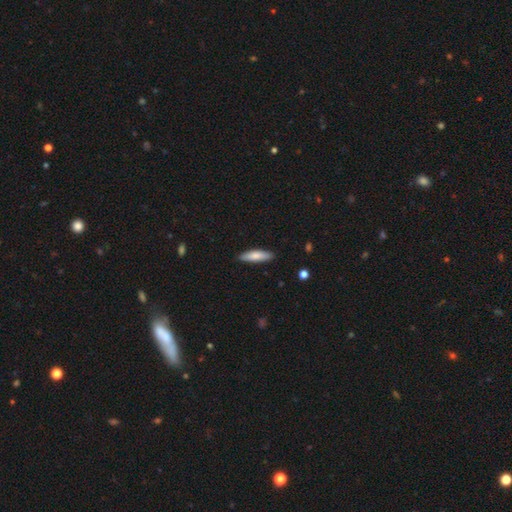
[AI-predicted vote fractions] A smooth galaxy with no disk features (78%) that is cigar-shaped (68%).

Vote fractions:
- Smooth or featured? smooth: 78% / featured or disk: 17% / star or artifact: 6%
- How rounded? cigar-shaped: 68% / in between: 31% / round: 2%
- Merging? none: 89% / minor disturbance: 9% / major disturbance: 2% / merger: 1%